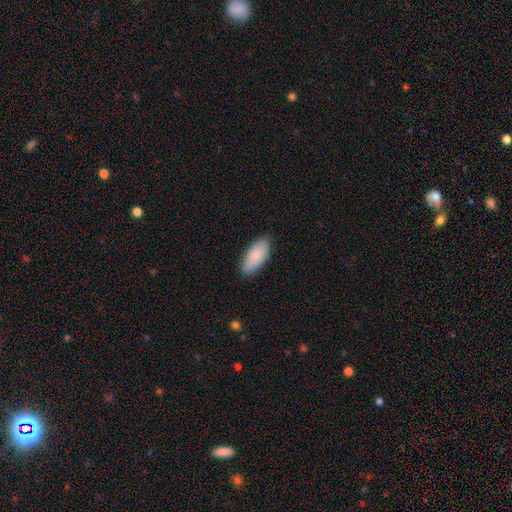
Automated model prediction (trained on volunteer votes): Smooth or featured? smooth (85%)
How rounded? in between (90%)
Merging? none (85%)